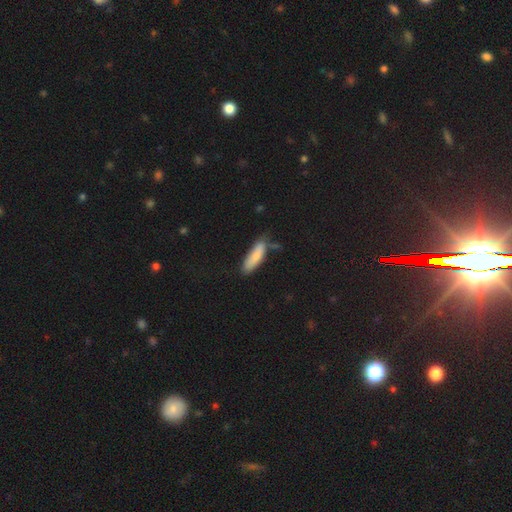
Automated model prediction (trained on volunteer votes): smooth_or_featured: smooth (p=0.82) [alt: featured or disk p=0.12]
how_rounded: cigar-shaped (p=0.56) [alt: in between p=0.42]
merging: none (p=0.63) [alt: minor disturbance p=0.24]